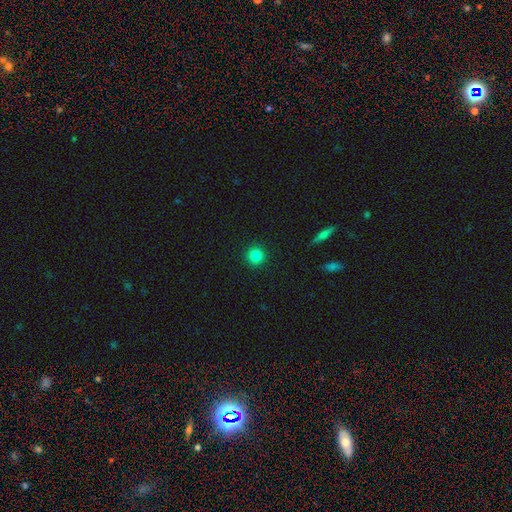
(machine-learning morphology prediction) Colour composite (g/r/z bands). It shows a smooth galaxy with no disk features (84%) that is round (95%). Merging: none (93%).